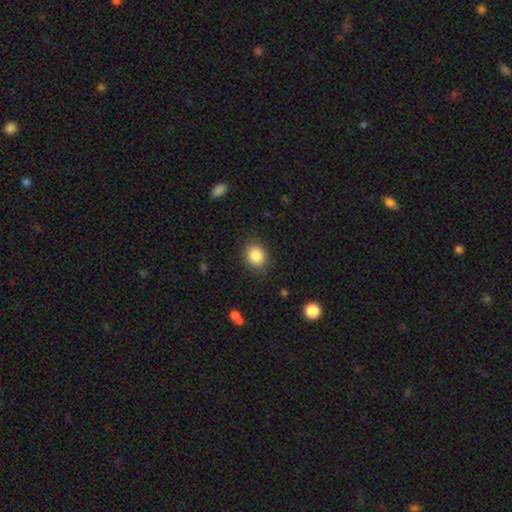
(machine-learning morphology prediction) Q: Smooth or featured?
A: smooth (86%); runner-up: star or artifact (9%)
Q: How rounded?
A: round (67%); runner-up: in between (32%)
Q: Merging?
A: none (85%); runner-up: minor disturbance (10%)